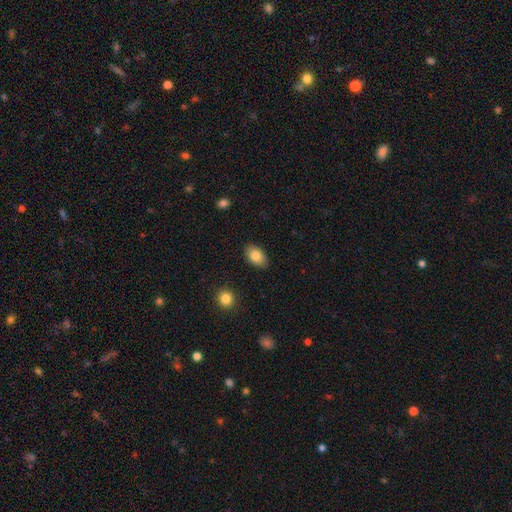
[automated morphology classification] Q: Smooth or featured?
A: smooth (84%); runner-up: featured or disk (9%)
Q: How rounded?
A: in between (91%); runner-up: round (8%)
Q: Merging?
A: none (88%); runner-up: minor disturbance (9%)